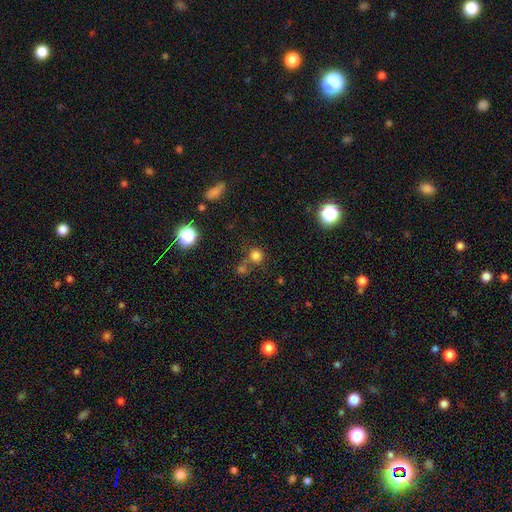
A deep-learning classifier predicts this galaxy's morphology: A smooth galaxy with no disk features (76%) that is round (91%).

Vote fractions:
- Smooth or featured? smooth: 76% / star or artifact: 18% / featured or disk: 6%
- How rounded? round: 91% / in between: 8% / cigar-shaped: 1%
- Merging? none: 67% / merger: 19% / minor disturbance: 9% / major disturbance: 5%